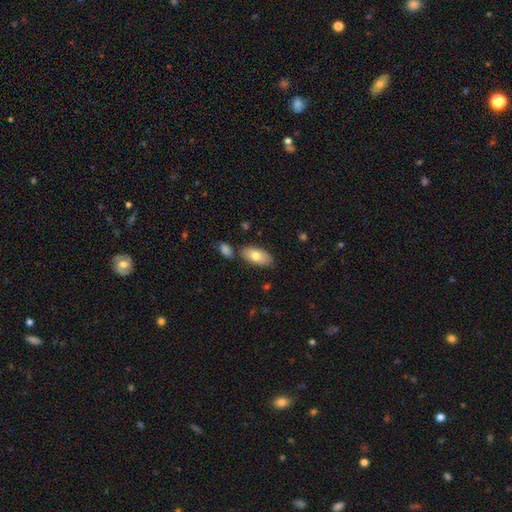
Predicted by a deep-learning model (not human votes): Overall: smooth (76%). How rounded: in between (91%). Merging: none (74%).